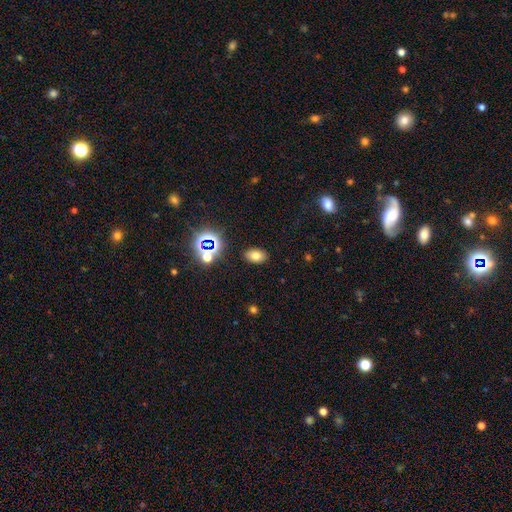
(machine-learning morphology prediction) Overall: smooth (72%). How rounded: in between (85%). Merging: none (87%).